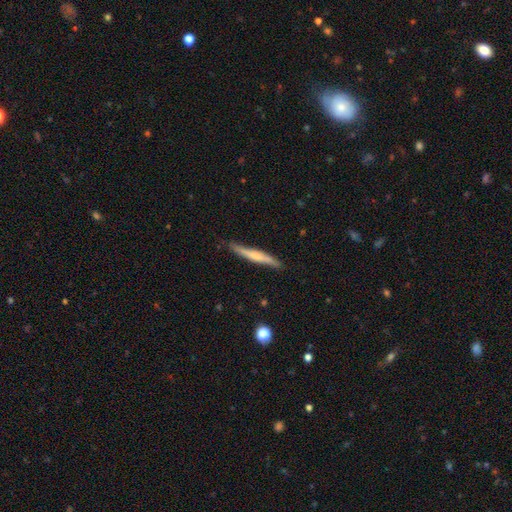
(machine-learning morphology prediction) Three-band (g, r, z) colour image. It shows a featured or disk galaxy (50%) viewed edge-on (93%). Merging: none (83%).